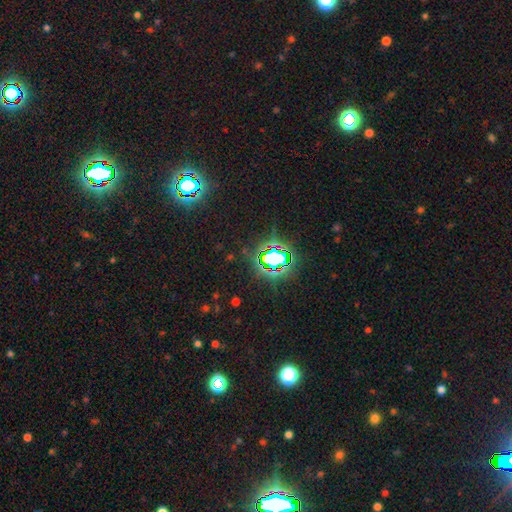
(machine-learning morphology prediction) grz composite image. It shows a star or artifact, not a galaxy (80%).